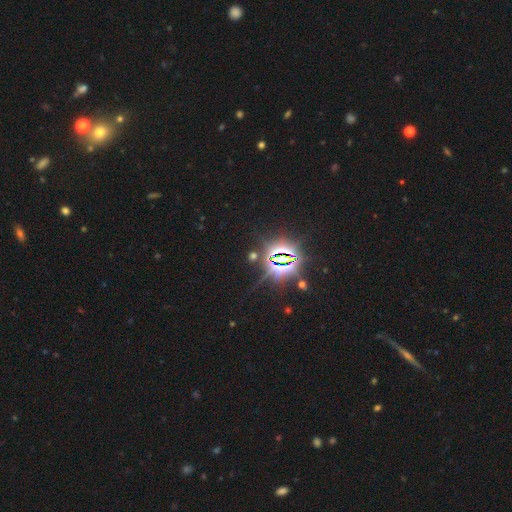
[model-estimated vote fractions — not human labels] A star or artifact, not a galaxy (84%).